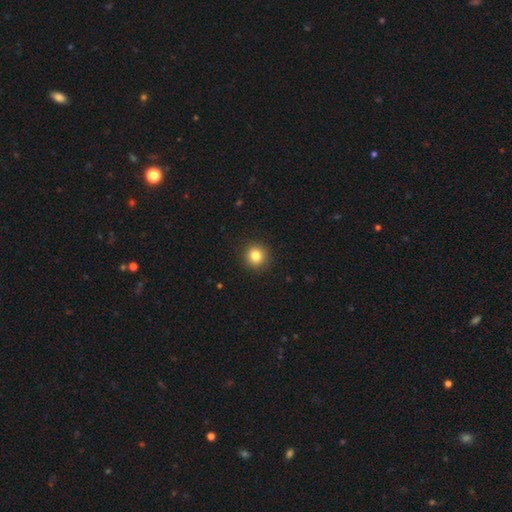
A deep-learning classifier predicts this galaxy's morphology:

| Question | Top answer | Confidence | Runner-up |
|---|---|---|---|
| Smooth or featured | smooth | 83% | star or artifact (11%) |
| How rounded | round | 94% | in between (5%) |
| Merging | none | 92% | minor disturbance (5%) |